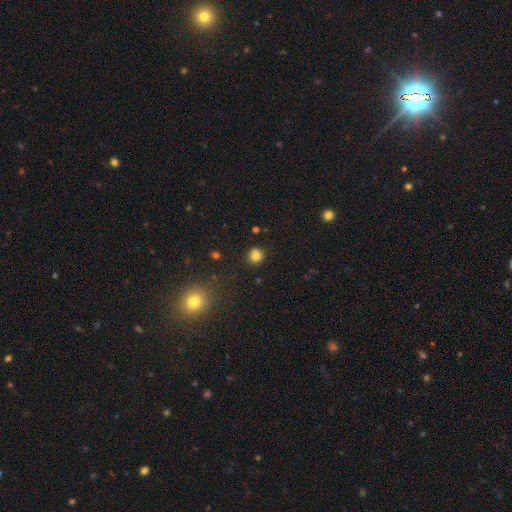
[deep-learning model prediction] smooth-or-featured: smooth: 81% | star or artifact: 13% | featured or disk: 6%
  how-rounded: round: 91% | in between: 8% | cigar-shaped: 1%
  merging: none: 86% | minor disturbance: 9% | merger: 3% | major disturbance: 2%